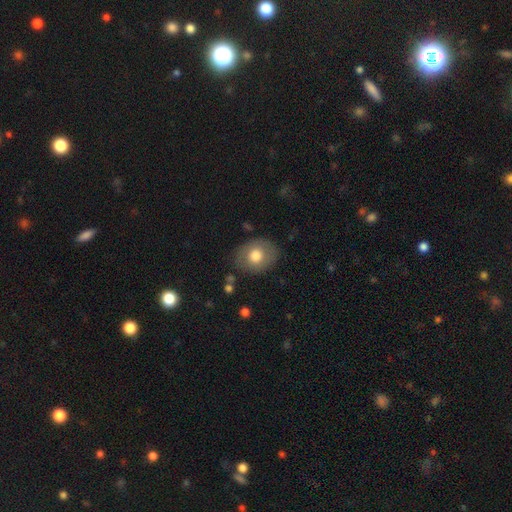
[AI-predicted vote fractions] smooth-or-featured: smooth: 72% | featured or disk: 20% | star or artifact: 8%
  how-rounded: in between: 51% | round: 48% | cigar-shaped: 1%
  merging: none: 82% | minor disturbance: 12% | major disturbance: 4% | merger: 2%